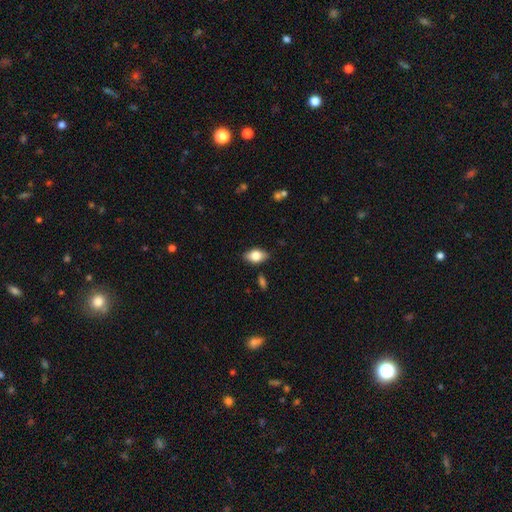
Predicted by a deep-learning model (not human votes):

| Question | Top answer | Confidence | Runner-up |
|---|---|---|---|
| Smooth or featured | smooth | 75% | featured or disk (17%) |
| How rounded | in between | 87% | round (10%) |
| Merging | none | 82% | minor disturbance (13%) |